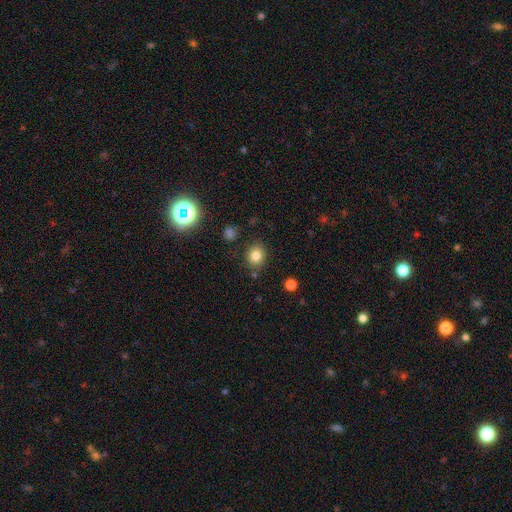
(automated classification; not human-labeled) Smooth or featured? Predicted: smooth (p=0.80). How rounded? Predicted: round (p=0.70). Merging? Predicted: none (p=0.83).